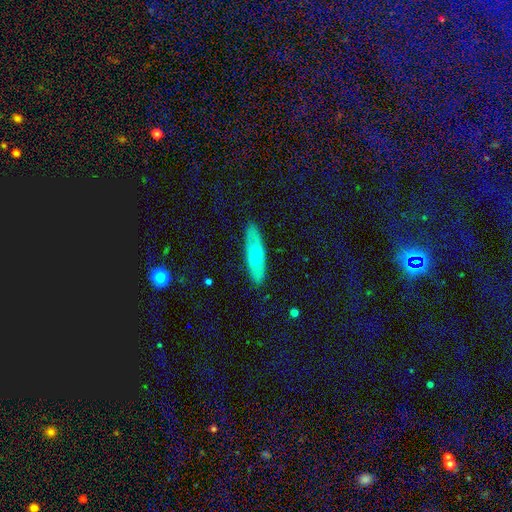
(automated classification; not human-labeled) A smooth galaxy with no disk features (55%) that is cigar-shaped (55%). Merging: none (84%).